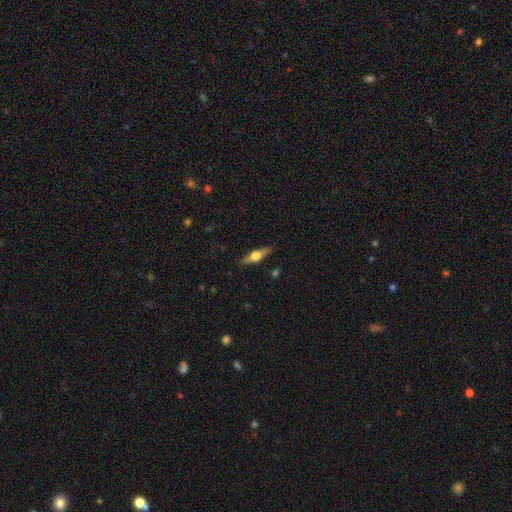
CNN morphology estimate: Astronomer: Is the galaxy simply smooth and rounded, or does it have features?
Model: featured or disk — 61%.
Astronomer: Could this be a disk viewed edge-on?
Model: yes — 95%.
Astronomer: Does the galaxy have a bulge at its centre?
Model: rounded — 93%.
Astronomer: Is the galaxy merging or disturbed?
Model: none — 88%.